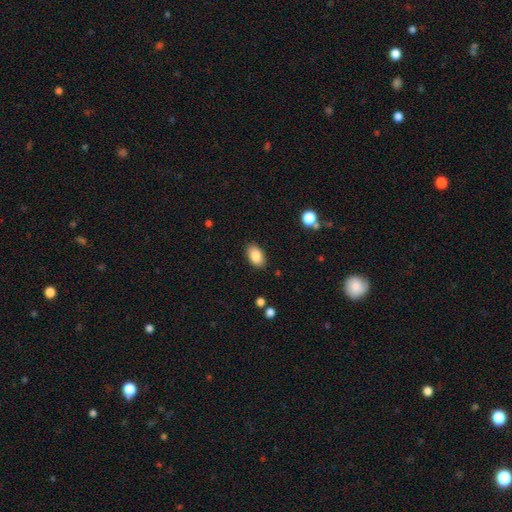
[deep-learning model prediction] A smooth galaxy with no disk features (87%) that is in between round and cigar-shaped (92%). Merging: none (87%).